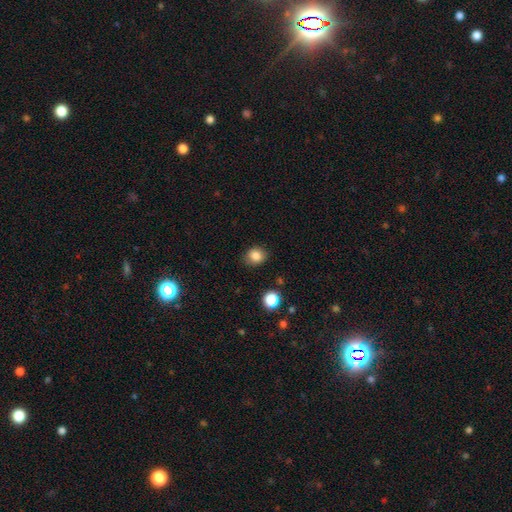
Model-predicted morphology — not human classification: Overall: smooth (84%). How rounded: round (68%; in between 31%). Merging: none (83%).